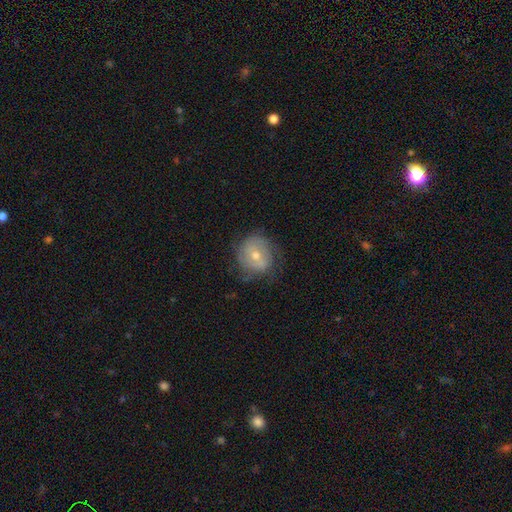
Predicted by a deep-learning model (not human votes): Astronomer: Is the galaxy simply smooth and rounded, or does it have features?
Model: featured or disk — 56% (runner-up: smooth, 34%).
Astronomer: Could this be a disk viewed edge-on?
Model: no — 96%.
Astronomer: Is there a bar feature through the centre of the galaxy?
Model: no — 57% (runner-up: weak, 34%).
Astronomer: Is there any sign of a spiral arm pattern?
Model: yes — 72%.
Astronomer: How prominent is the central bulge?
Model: moderate — 53% (runner-up: small, 43%).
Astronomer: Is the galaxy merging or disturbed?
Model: none — 66%.